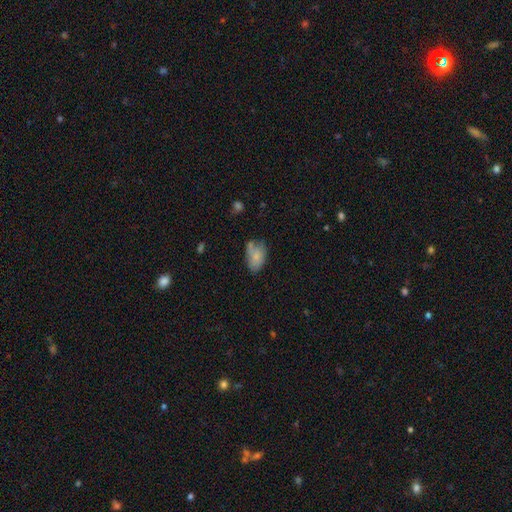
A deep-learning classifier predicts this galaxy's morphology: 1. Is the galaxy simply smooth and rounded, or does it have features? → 77% smooth, 15% featured or disk, 8% star or artifact.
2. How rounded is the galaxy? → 89% in between, 10% round, 2% cigar-shaped.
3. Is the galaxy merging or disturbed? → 48% none, 29% minor disturbance, 13% merger, 10% major disturbance.